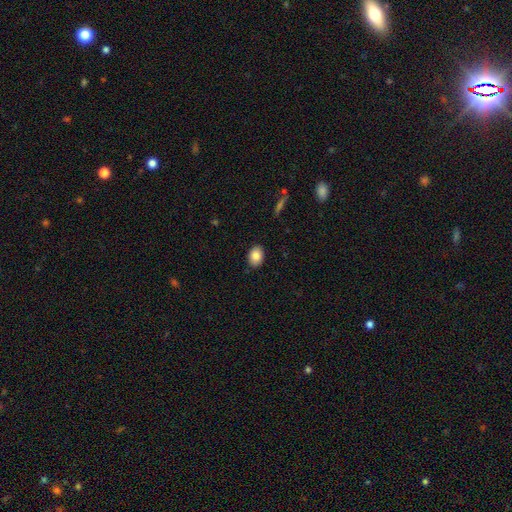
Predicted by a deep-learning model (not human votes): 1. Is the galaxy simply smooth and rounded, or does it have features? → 84% smooth, 8% featured or disk, 8% star or artifact.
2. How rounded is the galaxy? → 77% in between, 22% round, 1% cigar-shaped.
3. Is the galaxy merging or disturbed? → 88% none, 9% minor disturbance, 2% major disturbance, 1% merger.